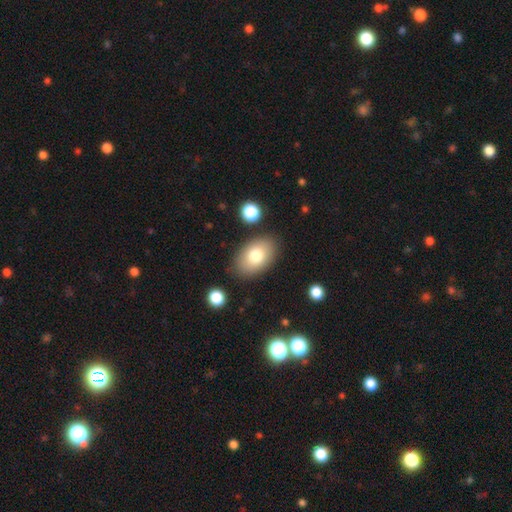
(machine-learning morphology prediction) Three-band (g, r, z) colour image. It shows a smooth galaxy with no disk features (78%) that is in between round and cigar-shaped (90%). Merging: none (83%).